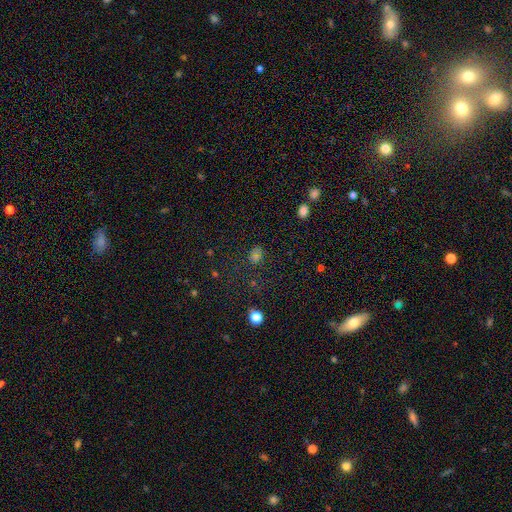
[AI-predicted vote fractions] smooth_or_featured: smooth (p=0.57) [alt: star or artifact p=0.34]
how_rounded: round (p=0.50) [alt: in between p=0.48]
merging: none (p=0.60) [alt: minor disturbance p=0.19]